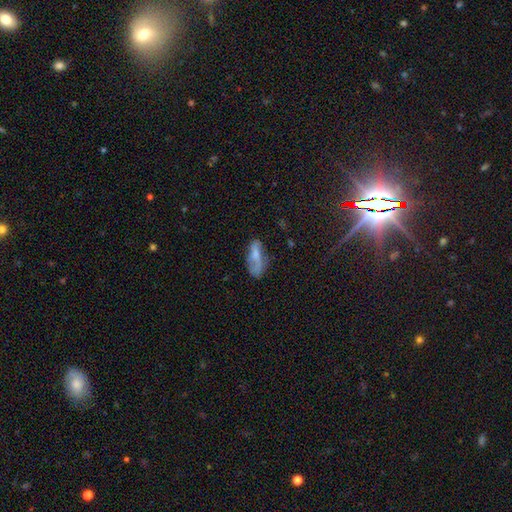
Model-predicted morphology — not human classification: A smooth galaxy with no disk features (59%) that is in between round and cigar-shaped (76%). Merging: none (45%).